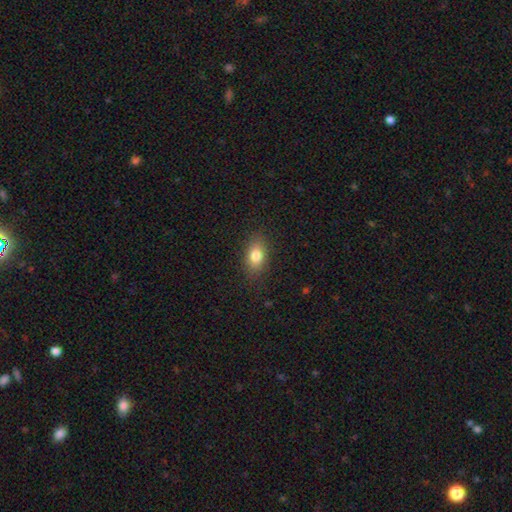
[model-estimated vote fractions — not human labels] A smooth galaxy with no disk features (80%) that is in between round and cigar-shaped (83%).

Vote fractions:
- Smooth or featured? smooth: 80% / featured or disk: 11% / star or artifact: 9%
- How rounded? in between: 83% / round: 13% / cigar-shaped: 4%
- Merging? none: 86% / minor disturbance: 10% / major disturbance: 3% / merger: 1%